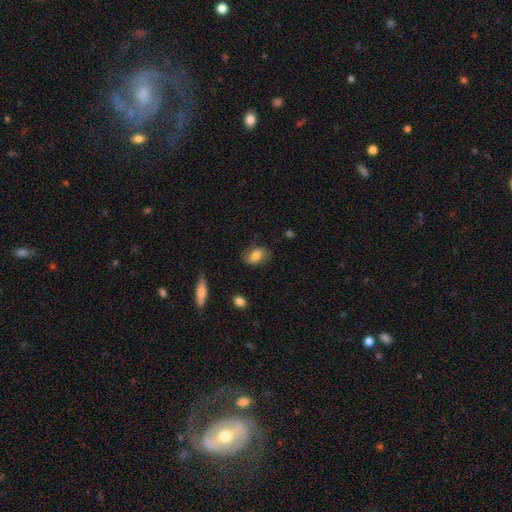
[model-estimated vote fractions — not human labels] Smooth or featured: smooth — 67% (featured or disk — 24%)
How rounded: in between — 80% (round — 17%)
Merging: none — 68% (minor disturbance — 23%)